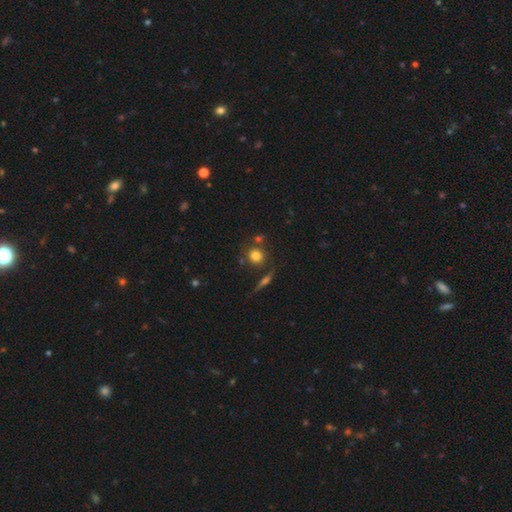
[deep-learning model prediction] Smooth or featured?
  - smooth: 77% *
  - star or artifact: 12%
  - featured or disk: 11%
How rounded?
  - round: 85% *
  - in between: 13%
  - cigar-shaped: 2%
Merging?
  - none: 73% *
  - merger: 13%
  - minor disturbance: 10%
  - major disturbance: 4%